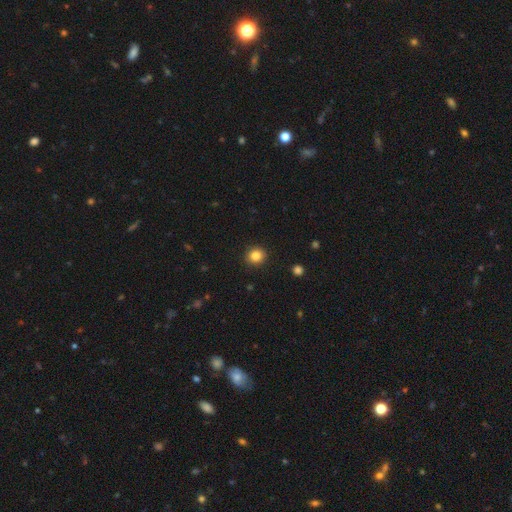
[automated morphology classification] Q: Smooth or featured?
A: smooth (85%); runner-up: star or artifact (11%)
Q: How rounded?
A: round (89%); runner-up: in between (11%)
Q: Merging?
A: none (92%); runner-up: minor disturbance (5%)